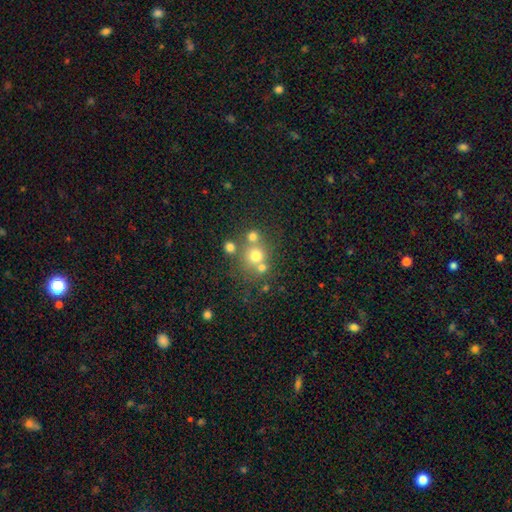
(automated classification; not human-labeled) Q: Smooth or featured?
A: smooth (67%); runner-up: star or artifact (18%)
Q: How rounded?
A: round (89%); runner-up: in between (10%)
Q: Merging?
A: none (59%); runner-up: merger (28%)